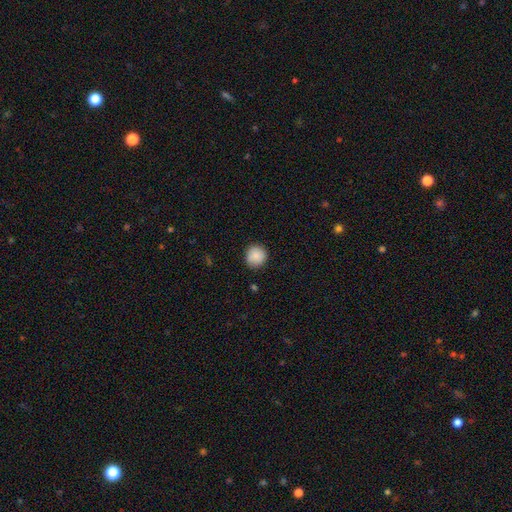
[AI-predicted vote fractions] smooth_or_featured: smooth (p=0.88) [alt: star or artifact p=0.08]
how_rounded: round (p=0.91) [alt: in between p=0.08]
merging: none (p=0.87) [alt: minor disturbance p=0.10]